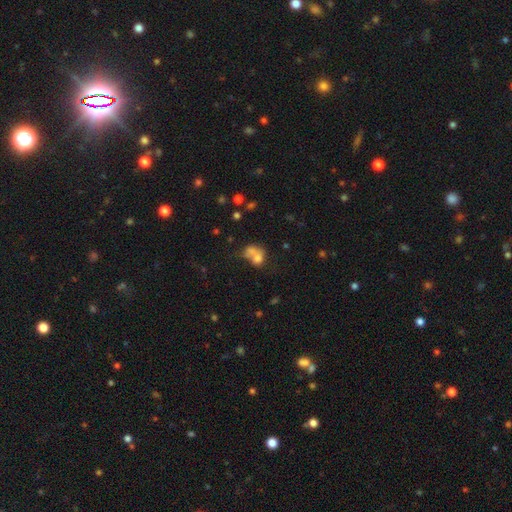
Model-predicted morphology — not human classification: smooth-or-featured: smooth: 68% | featured or disk: 19% | star or artifact: 13%
  how-rounded: in between: 56% | round: 42% | cigar-shaped: 2%
  merging: merger: 61% | none: 20% | major disturbance: 10% | minor disturbance: 9%